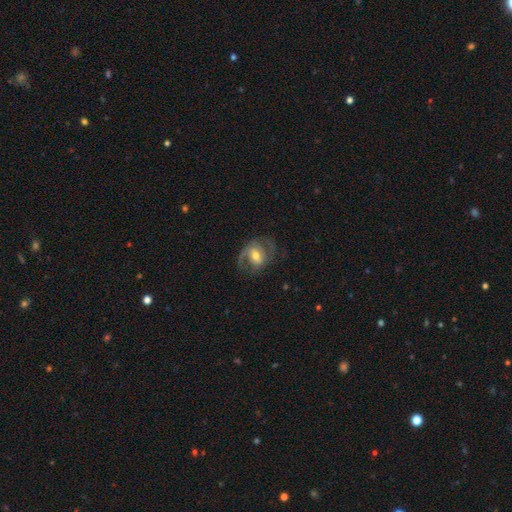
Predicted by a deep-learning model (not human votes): This appears to be a featured or disk galaxy (74%) with a weak bar (46%), 2 (72%) medium (49%) spiral arms (88%) and a moderate central bulge (67%). Merging: none (62%).